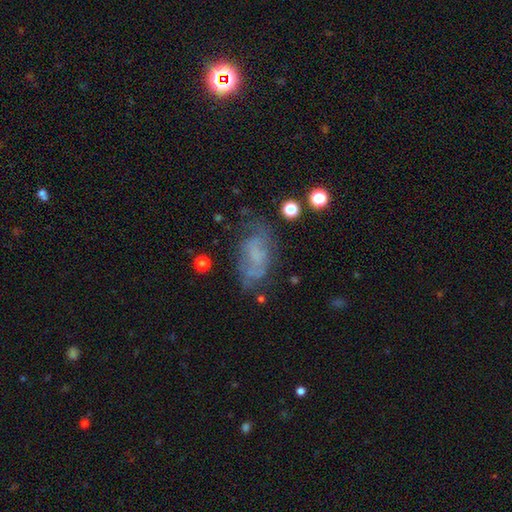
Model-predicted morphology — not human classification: Smooth or featured? Predicted: featured or disk (p=0.45). Merging? Predicted: none (p=0.49).